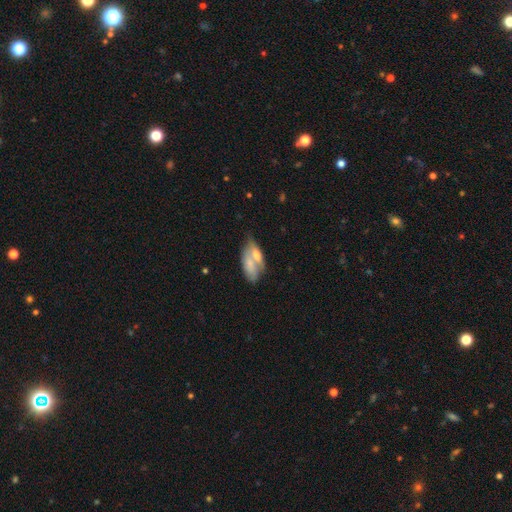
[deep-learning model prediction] Smooth or featured?
  - smooth: 59% *
  - featured or disk: 35%
  - star or artifact: 7%
How rounded?
  - in between: 82% *
  - cigar-shaped: 13%
  - round: 5%
Merging?
  - merger: 51% *
  - none: 29%
  - minor disturbance: 14%
  - major disturbance: 7%